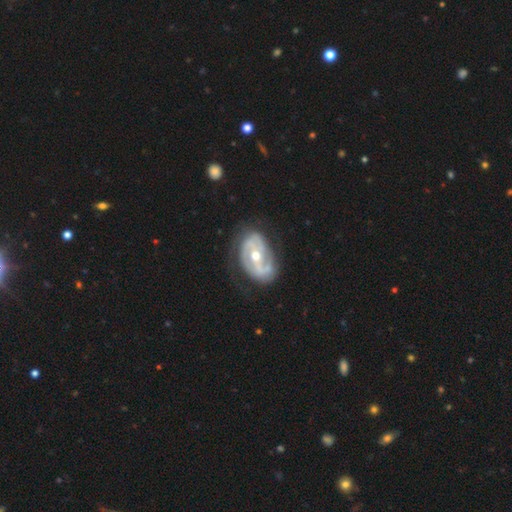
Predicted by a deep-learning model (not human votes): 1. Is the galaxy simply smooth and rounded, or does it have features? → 85% featured or disk, 11% smooth, 5% star or artifact.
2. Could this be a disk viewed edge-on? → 96% no, 4% yes.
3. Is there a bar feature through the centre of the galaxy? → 36% strong, 35% weak, 29% no.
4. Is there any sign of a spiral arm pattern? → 84% yes, 16% no.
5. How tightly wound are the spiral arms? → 39% tight (tied), 39% medium (tied), 22% loose.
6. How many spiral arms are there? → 69% 2, 16% can't tell, 7% 3, 5% 1, 2% 4, 2% more than 4.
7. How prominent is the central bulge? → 65% moderate, 31% small, 2% large, 1% none, 1% dominant.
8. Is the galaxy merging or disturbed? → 66% none, 22% minor disturbance, 10% major disturbance, 2% merger.